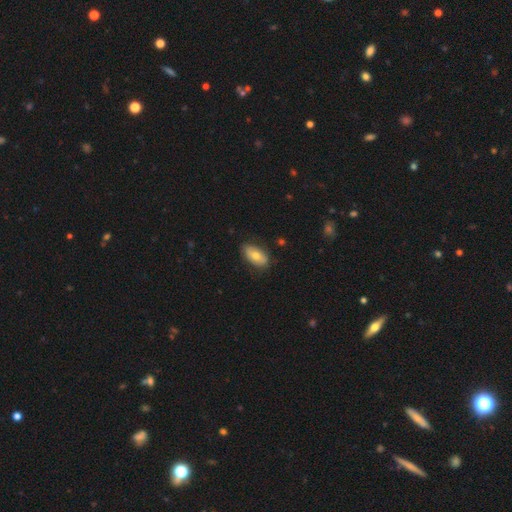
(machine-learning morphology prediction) Smooth or featured? Predicted: smooth (p=0.67). How rounded? Predicted: in between (p=0.92). Merging? Predicted: none (p=0.80).